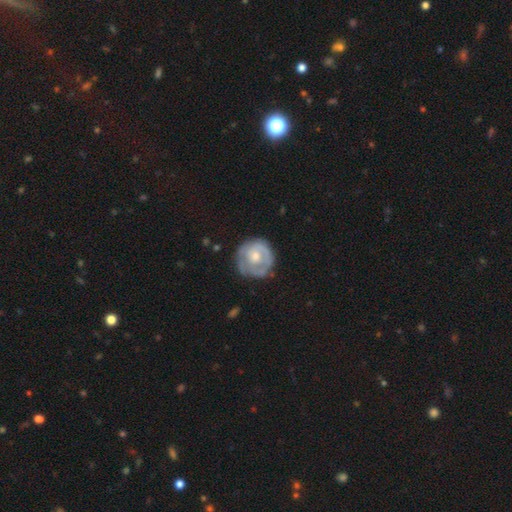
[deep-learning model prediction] featured or disk 55%, smooth 40%, star or artifact 5%. Down the decision tree: edge-on disk — no (97%); bar — no (81%); spiral arms — no (52%); bulge size — moderate (56%); merging — none (67%).